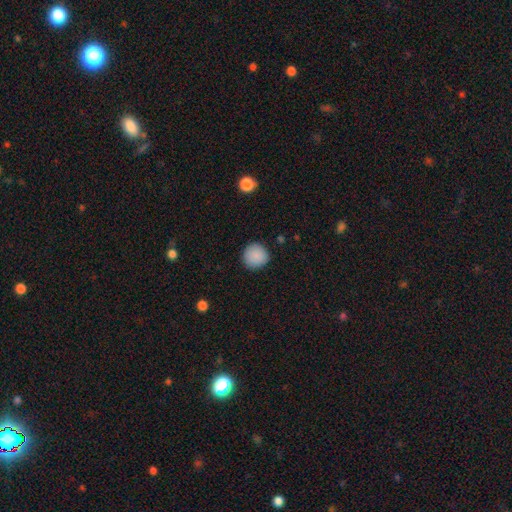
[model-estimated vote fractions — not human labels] This appears to be a smooth galaxy with no disk features (89%) that is round (94%). Merging: none (90%).